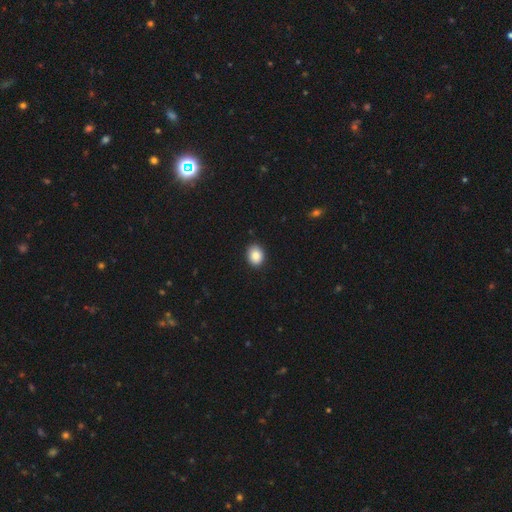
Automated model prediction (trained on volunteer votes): This appears to be a smooth galaxy with no disk features (87%) that is in between round and cigar-shaped (60%). Merging: none (89%).